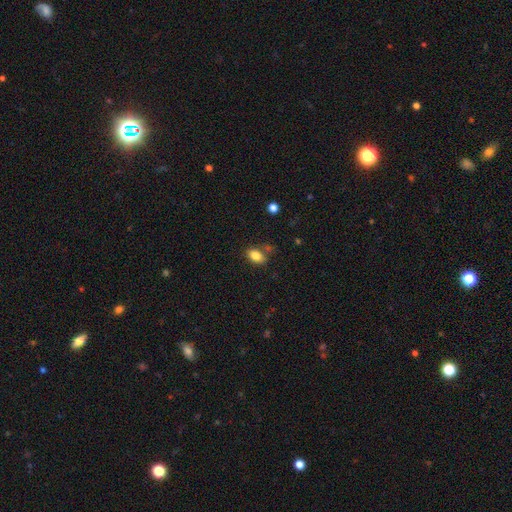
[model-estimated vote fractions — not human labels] Morphology: type=smooth (83%); roundness=in between (86%); merging=none (74%).